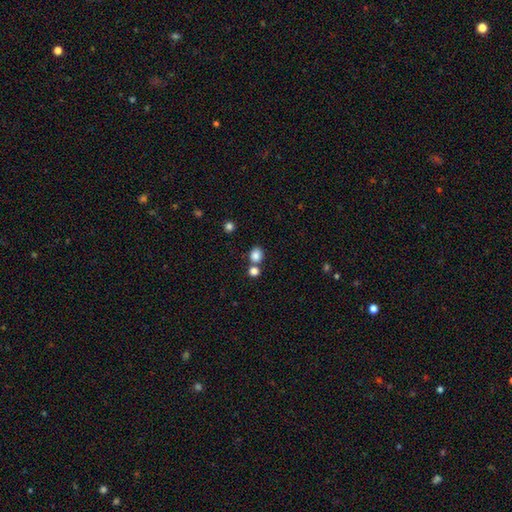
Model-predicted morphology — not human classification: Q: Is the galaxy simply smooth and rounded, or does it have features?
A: smooth — 84%.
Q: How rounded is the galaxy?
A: round — 66%.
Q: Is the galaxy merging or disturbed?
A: none — 62%.